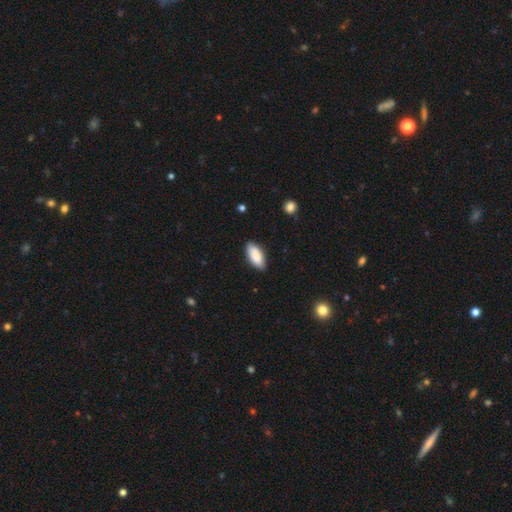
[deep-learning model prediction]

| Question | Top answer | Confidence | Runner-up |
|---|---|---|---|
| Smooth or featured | smooth | 85% | featured or disk (9%) |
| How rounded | in between | 87% | cigar-shaped (11%) |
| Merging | none | 84% | minor disturbance (13%) |